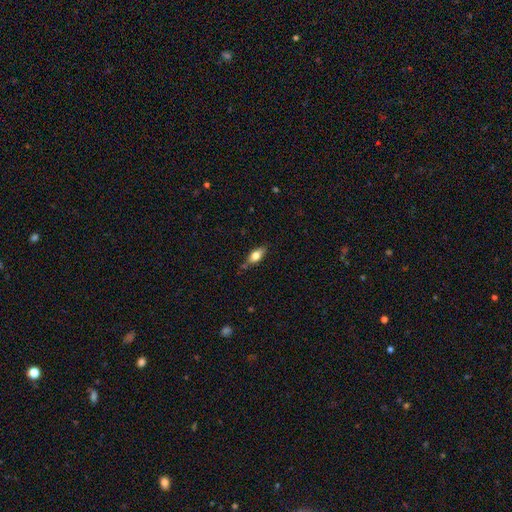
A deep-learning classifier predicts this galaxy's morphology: type=smooth (65%); roundness=in between (78%); merging=none (70%).